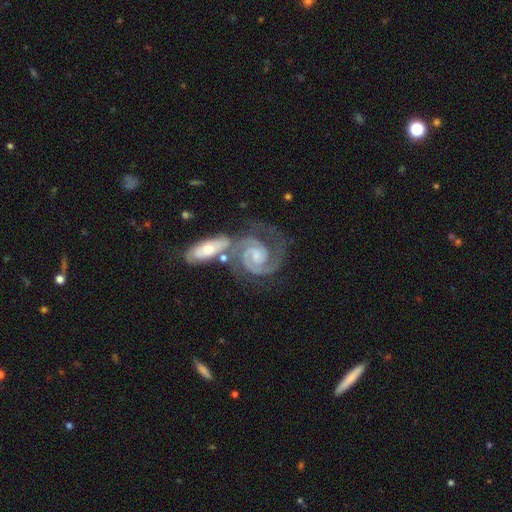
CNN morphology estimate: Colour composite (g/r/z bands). It shows a featured or disk galaxy (91%) with no bar (51%), 2 (84%) tight (67%) spiral arms (98%) and a small central bulge (47%). Merging: none (44%).